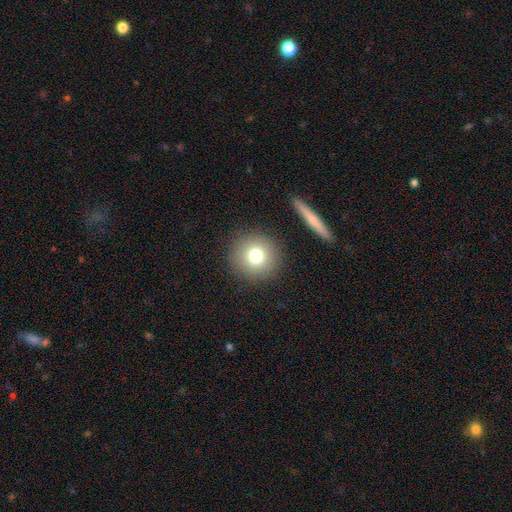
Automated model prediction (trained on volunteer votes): Q: Smooth or featured?
A: smooth (77%); runner-up: featured or disk (12%)
Q: How rounded?
A: round (93%); runner-up: in between (6%)
Q: Merging?
A: none (89%); runner-up: minor disturbance (7%)